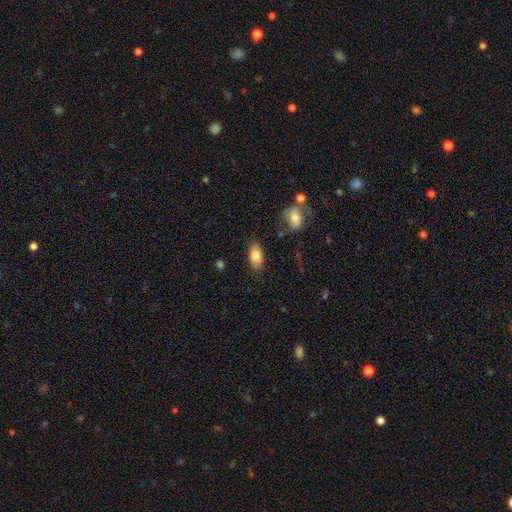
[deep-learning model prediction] Smooth or featured? smooth (82%)
How rounded? in between (91%)
Merging? none (81%)